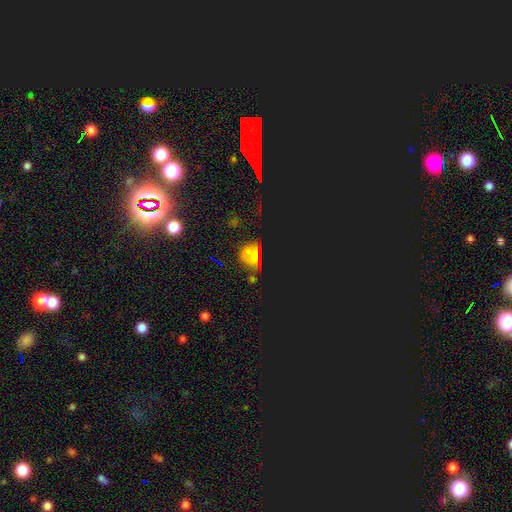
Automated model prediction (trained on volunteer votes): This appears to be a star or artifact, not a galaxy (61%).